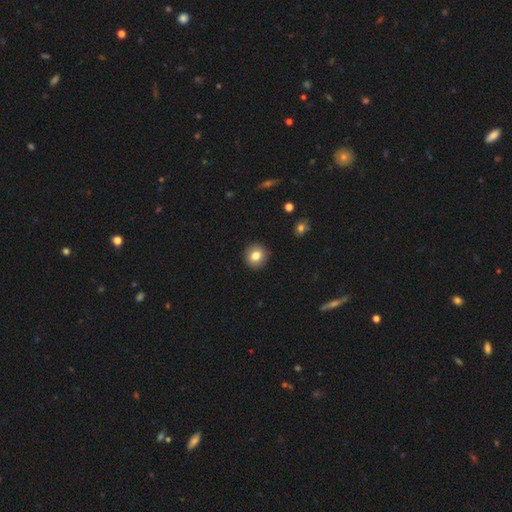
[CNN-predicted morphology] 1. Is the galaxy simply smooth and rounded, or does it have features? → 82% smooth, 10% star or artifact, 9% featured or disk.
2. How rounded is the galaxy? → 88% round, 11% in between, 1% cigar-shaped.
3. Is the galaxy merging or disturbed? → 91% none, 6% minor disturbance, 2% major disturbance, 1% merger.